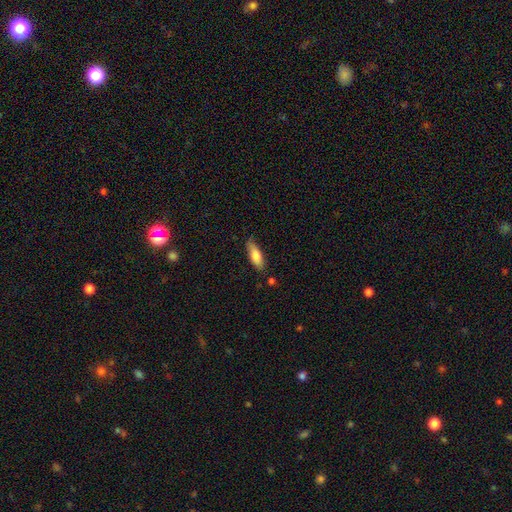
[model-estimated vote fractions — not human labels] The model was most divided on "how rounded": in between: 57%, cigar-shaped: 41%, round: 2%. More confident: smooth or featured — smooth (79%); merging — none (73%).